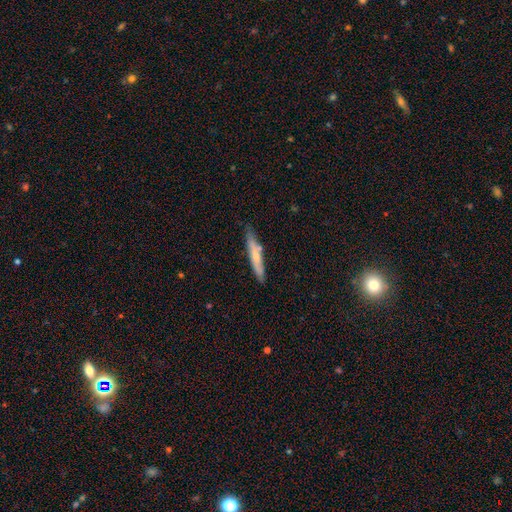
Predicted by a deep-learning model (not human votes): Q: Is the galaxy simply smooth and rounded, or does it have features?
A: smooth — 59%.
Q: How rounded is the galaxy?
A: cigar-shaped — 92%.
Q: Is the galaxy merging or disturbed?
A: none — 77%.